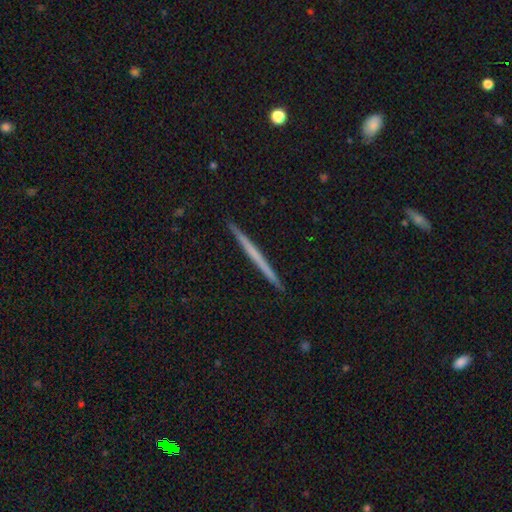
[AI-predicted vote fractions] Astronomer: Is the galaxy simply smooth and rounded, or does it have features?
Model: featured or disk — 55% (runner-up: smooth, 40%).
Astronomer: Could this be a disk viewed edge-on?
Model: yes — 98%.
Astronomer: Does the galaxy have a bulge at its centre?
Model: none — 92%.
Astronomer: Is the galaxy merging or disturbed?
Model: none — 93%.